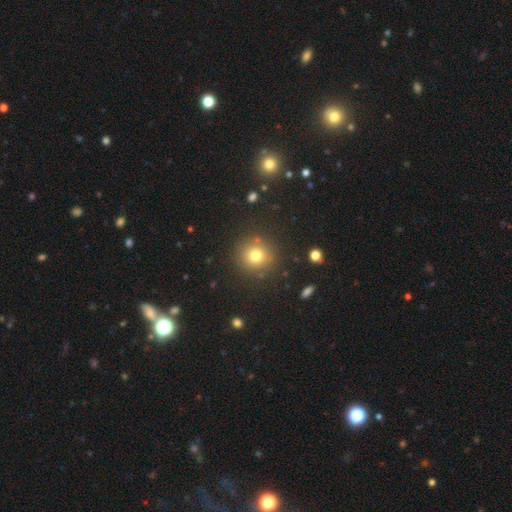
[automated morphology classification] This is likely a smooth galaxy (76%). How rounded: clearly round (93%). Merging: clearly none (87%).